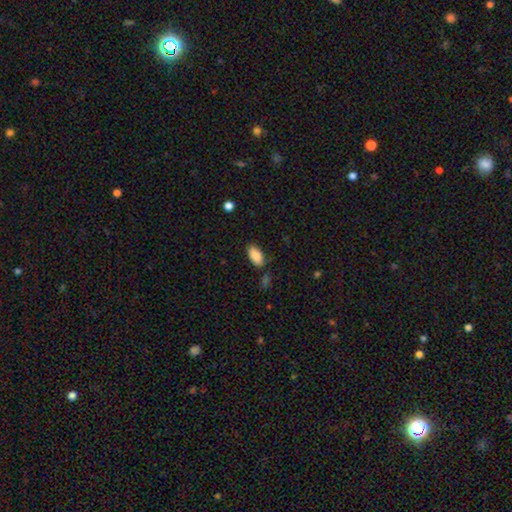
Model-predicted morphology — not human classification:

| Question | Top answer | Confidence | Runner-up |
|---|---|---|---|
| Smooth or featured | smooth | 88% | star or artifact (7%) |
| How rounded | in between | 93% | cigar-shaped (4%) |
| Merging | none | 80% | minor disturbance (13%) |